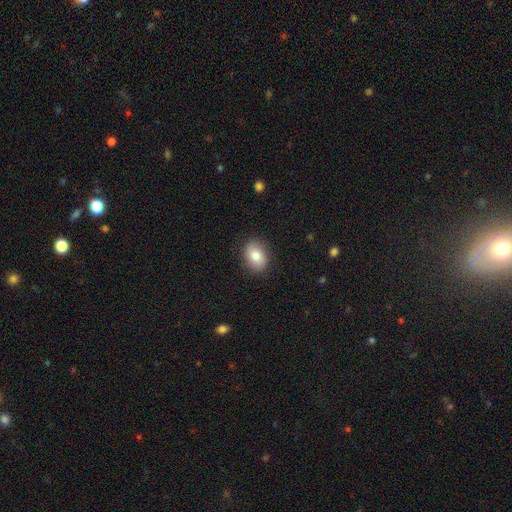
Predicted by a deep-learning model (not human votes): Smooth or featured? Predicted: smooth (p=0.82). How rounded? Predicted: in between (p=0.75). Merging? Predicted: none (p=0.86).